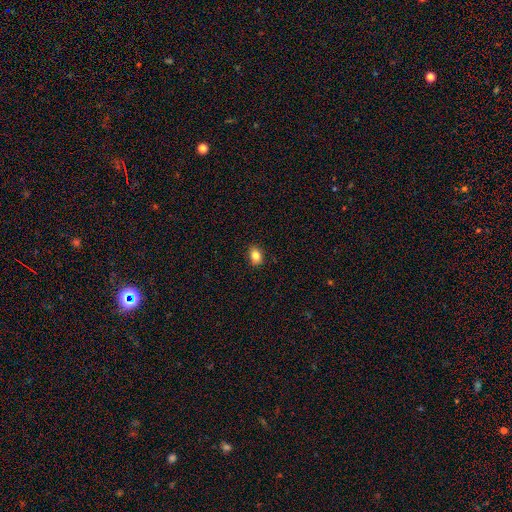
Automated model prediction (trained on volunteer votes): A smooth galaxy with no disk features (83%) that is in between round and cigar-shaped (72%). Merging: none (88%).